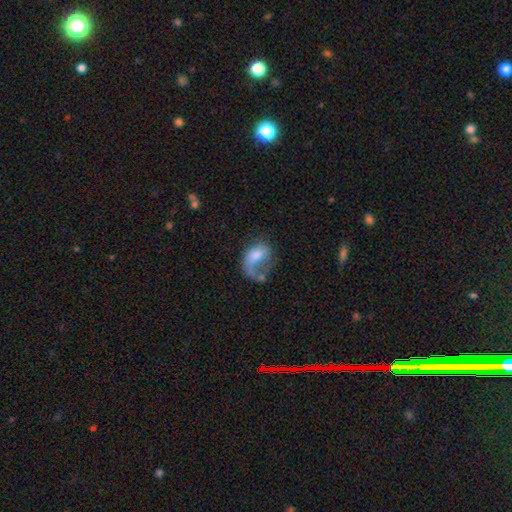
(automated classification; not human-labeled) smooth_or_featured: smooth (p=0.48) [alt: featured or disk p=0.44]
merging: major disturbance (p=0.48) [alt: none p=0.24]